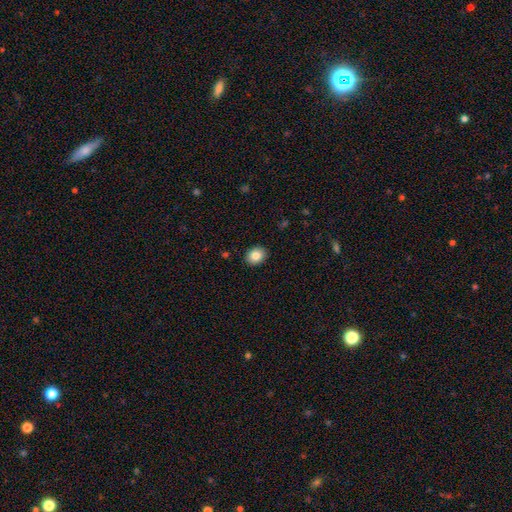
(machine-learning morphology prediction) Smooth or featured? Predicted: smooth (p=0.84). How rounded? Predicted: round (p=0.52). Merging? Predicted: none (p=0.91).